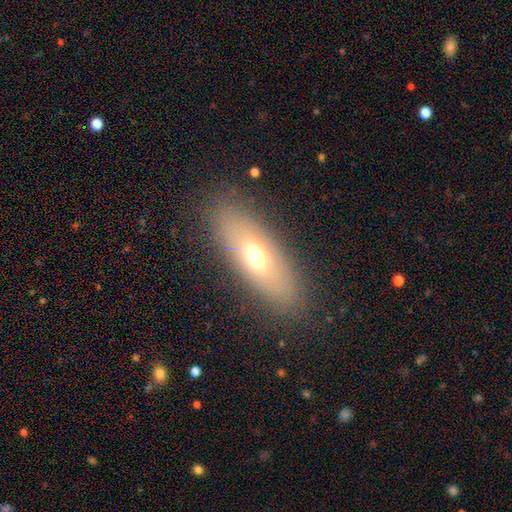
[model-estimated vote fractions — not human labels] This appears to be a smooth galaxy with no disk features (58%) that is in between round and cigar-shaped (68%). Merging: none (85%).